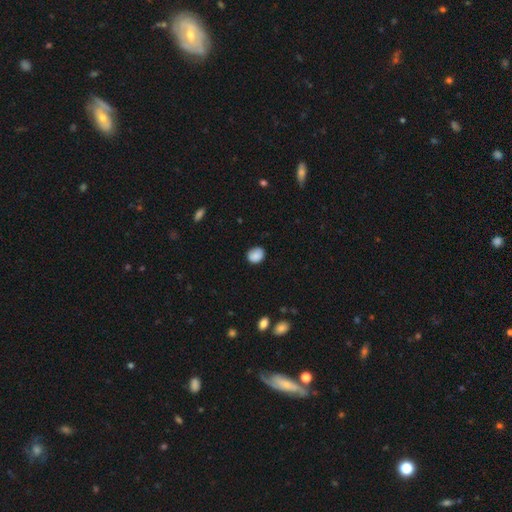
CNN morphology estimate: smooth 87%, star or artifact 8%, featured or disk 5%. Down the decision tree: how rounded — round (60%); merging — none (81%).